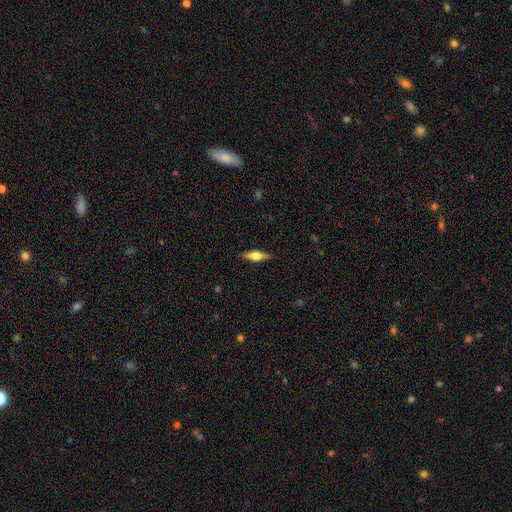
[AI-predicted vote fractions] A featured or disk galaxy (49%).

Vote fractions:
- Smooth or featured? featured or disk: 49% / smooth: 45% / star or artifact: 6%
- Merging? none: 87% / minor disturbance: 10% / major disturbance: 2% / merger: 1%